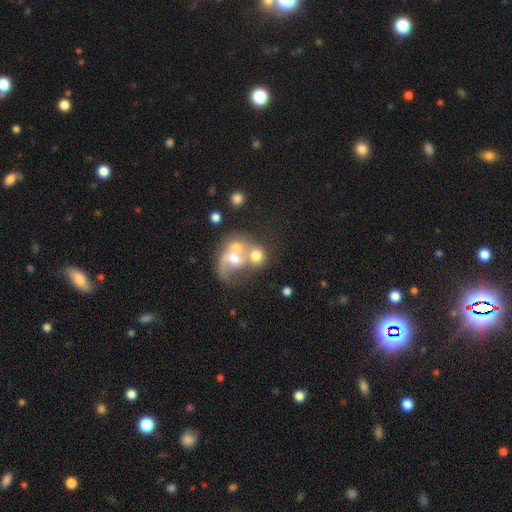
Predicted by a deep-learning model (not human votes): Smooth or featured? featured or disk (54%)
Edge-on disk? no (97%)
Bar? no (77%)
Spiral arms? no (51%)
Bulge size? moderate (54%)
Merging? merger (69%)